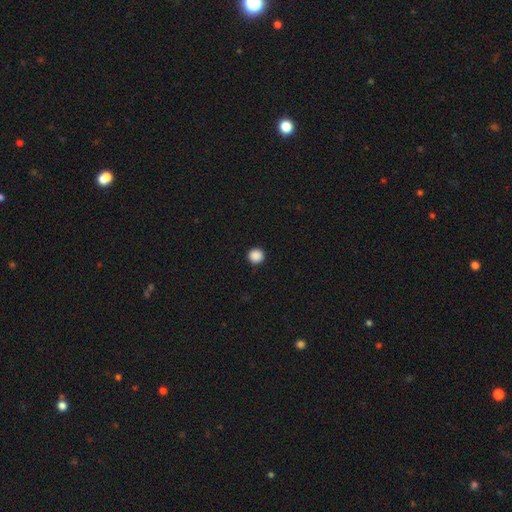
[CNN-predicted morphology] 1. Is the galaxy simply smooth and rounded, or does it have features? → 88% smooth, 10% star or artifact, 2% featured or disk.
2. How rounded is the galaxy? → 95% round, 4% in between, 1% cigar-shaped.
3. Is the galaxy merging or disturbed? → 93% none, 4% minor disturbance, 2% major disturbance, 1% merger.